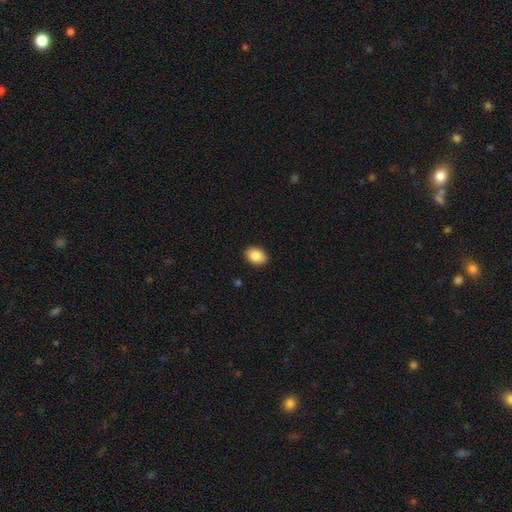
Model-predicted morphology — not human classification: This is clearly a smooth galaxy (88%). How rounded: likely in between (71%). Merging: clearly none (90%).